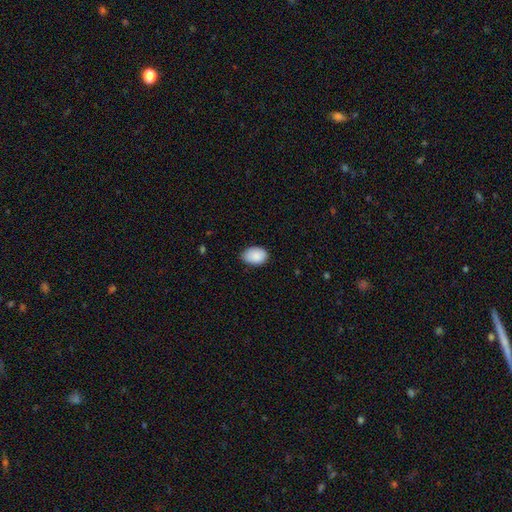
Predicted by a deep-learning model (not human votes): smooth_or_featured: smooth (p=0.89) [alt: star or artifact p=0.07]
how_rounded: in between (p=0.83) [alt: round p=0.16]
merging: none (p=0.75) [alt: minor disturbance p=0.21]